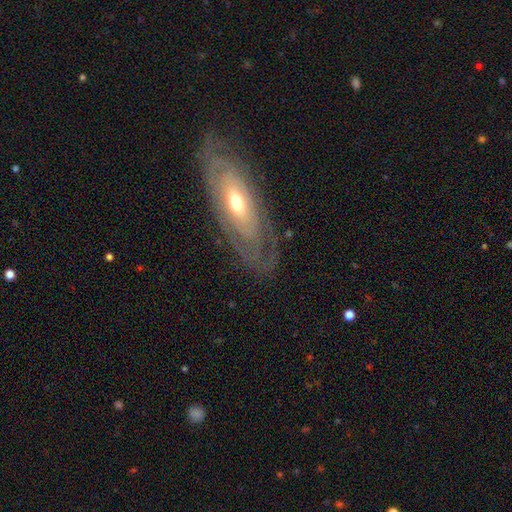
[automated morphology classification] This appears to be a featured or disk galaxy (75%) with no bar (76%), spiral arms (64%) and a moderate central bulge (63%). Merging: none (79%).